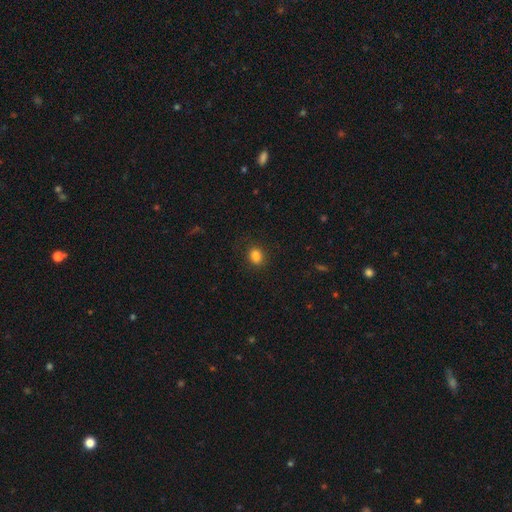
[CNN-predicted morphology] Smooth or featured? Predicted: smooth (p=0.84). How rounded? Predicted: in between (p=0.51). Merging? Predicted: none (p=0.84).